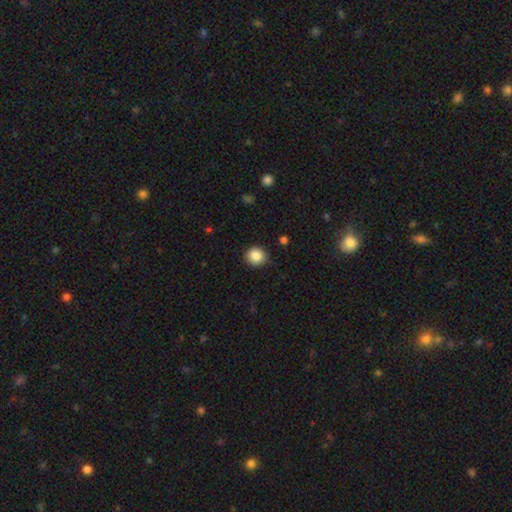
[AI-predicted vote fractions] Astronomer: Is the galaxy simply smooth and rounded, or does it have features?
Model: smooth — 87%.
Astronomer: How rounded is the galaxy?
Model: round — 88%.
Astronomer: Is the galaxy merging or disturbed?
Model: none — 90%.